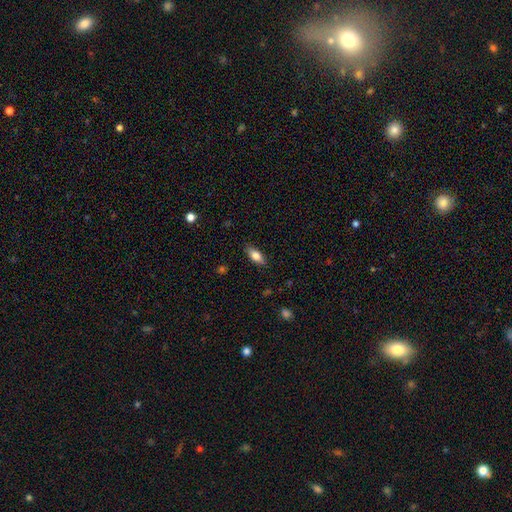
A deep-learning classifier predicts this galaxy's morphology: A smooth galaxy with no disk features (74%) that is in between round and cigar-shaped (76%). Merging: none (86%).